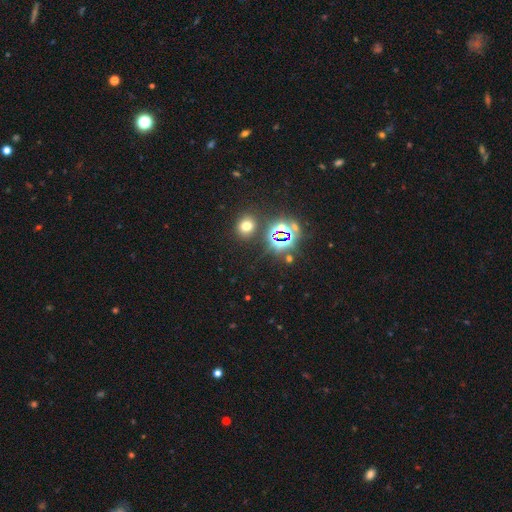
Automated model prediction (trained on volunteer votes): A star or artifact, not a galaxy (76%).

Vote fractions:
- Smooth or featured? star or artifact: 76% / smooth: 17% / featured or disk: 8%